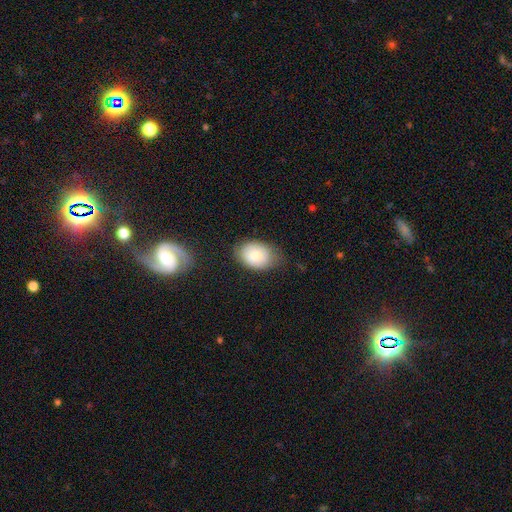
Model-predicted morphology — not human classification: A smooth galaxy with no disk features (77%) that is in between round and cigar-shaped (77%). Merging: none (71%).